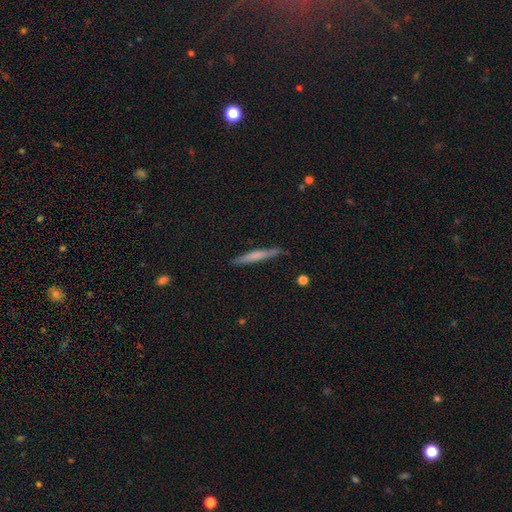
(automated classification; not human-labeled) This is possibly a smooth galaxy (56%). How rounded: clearly cigar-shaped (95%). Merging: clearly none (86%).